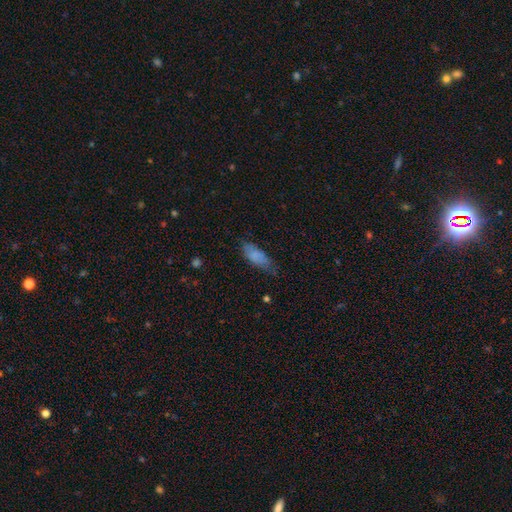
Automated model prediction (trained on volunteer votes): smooth-or-featured: smooth: 78% | featured or disk: 14% | star or artifact: 8%
  how-rounded: in between: 78% | cigar-shaped: 20% | round: 2%
  merging: none: 56% | minor disturbance: 32% | major disturbance: 10% | merger: 2%